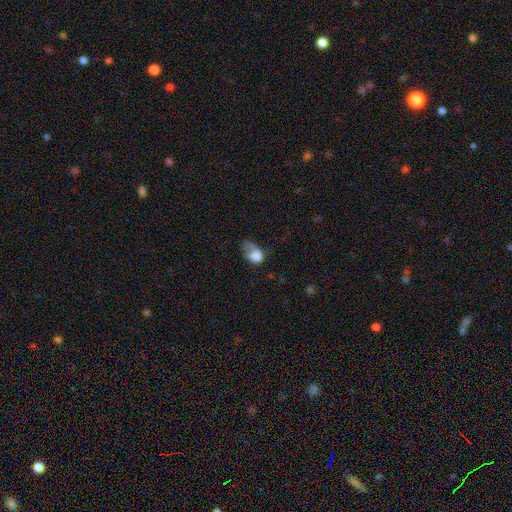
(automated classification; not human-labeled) Morphology: type=smooth (71%); roundness=in between (78%); merging=major disturbance (48%).